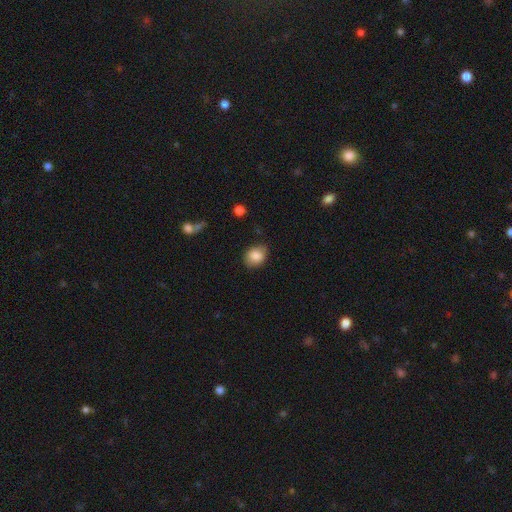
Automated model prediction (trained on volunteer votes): This is clearly a smooth galaxy (85%). How rounded: possibly in between (58%). Merging: likely none (80%).